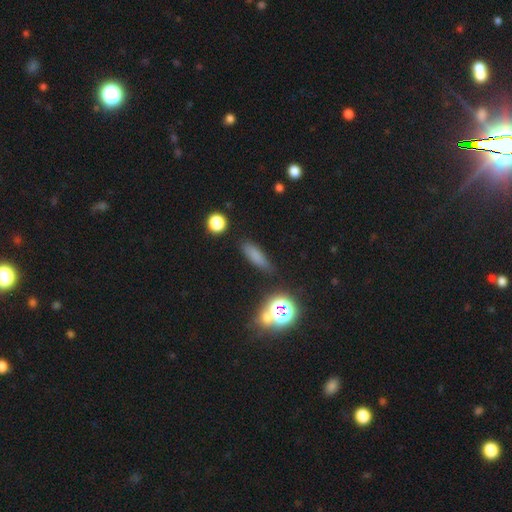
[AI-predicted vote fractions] The model was most divided on "how rounded": cigar-shaped: 58%, in between: 36%, round: 6%. More confident: merging — none (79%); smooth or featured — smooth (72%).